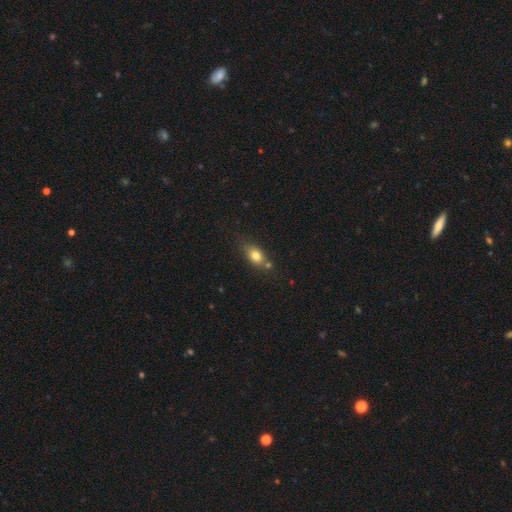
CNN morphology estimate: smooth_or_featured: smooth (p=0.78) [alt: featured or disk p=0.12]
how_rounded: in between (p=0.71) [alt: round p=0.23]
merging: none (p=0.60) [alt: minor disturbance p=0.19]